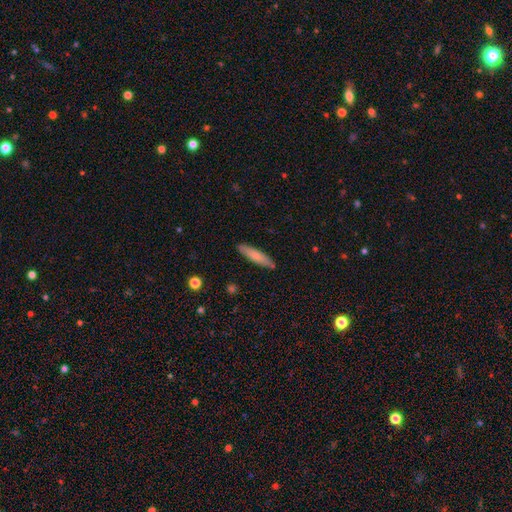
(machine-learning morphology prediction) smooth-or-featured: smooth: 72% | featured or disk: 22% | star or artifact: 6%
  how-rounded: cigar-shaped: 81% | in between: 18% | round: 1%
  merging: none: 86% | minor disturbance: 10% | major disturbance: 2% | merger: 2%